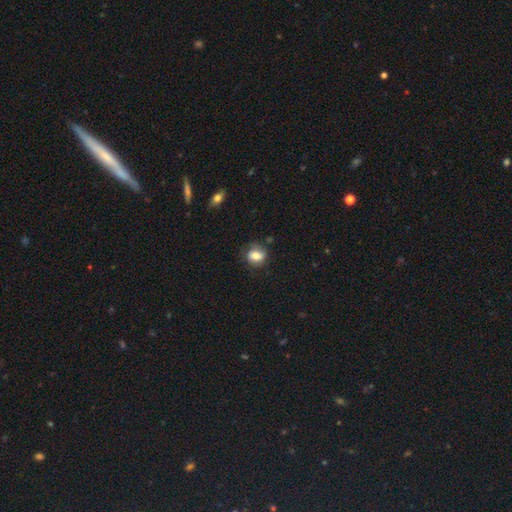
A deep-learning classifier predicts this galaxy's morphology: Q: Smooth or featured?
A: smooth (70%); runner-up: featured or disk (20%)
Q: How rounded?
A: round (54%); runner-up: in between (44%)
Q: Merging?
A: none (67%); runner-up: minor disturbance (23%)